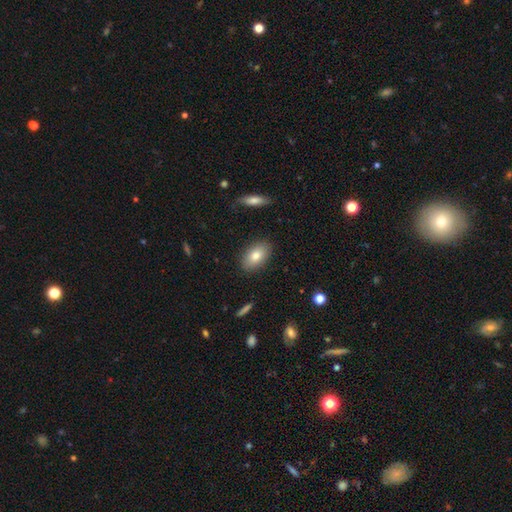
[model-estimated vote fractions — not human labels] Q: Smooth or featured?
A: smooth (80%); runner-up: featured or disk (12%)
Q: How rounded?
A: in between (91%); runner-up: round (7%)
Q: Merging?
A: none (87%); runner-up: minor disturbance (9%)